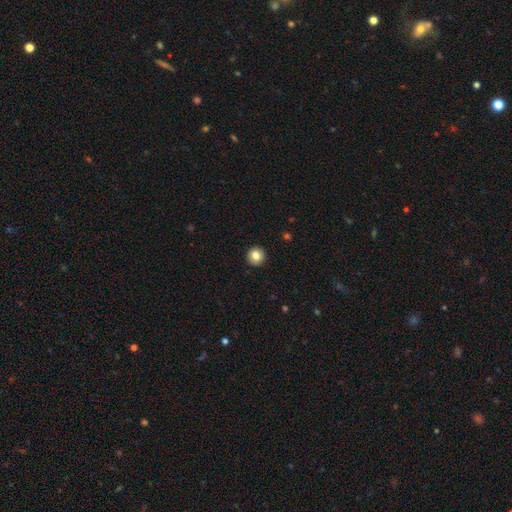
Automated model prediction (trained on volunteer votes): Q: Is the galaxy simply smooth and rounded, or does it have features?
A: smooth — 83%.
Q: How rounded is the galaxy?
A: round — 95%.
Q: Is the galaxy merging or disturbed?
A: none — 93%.